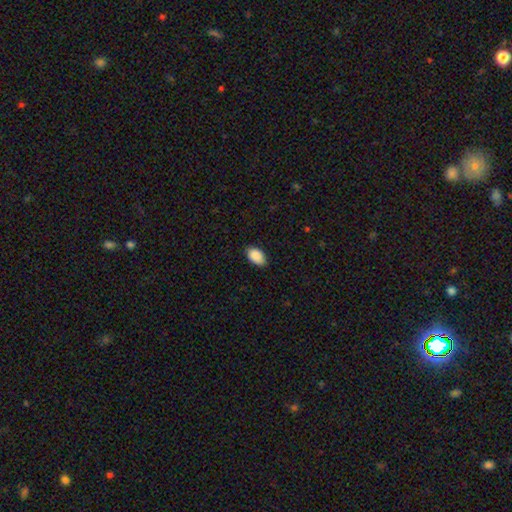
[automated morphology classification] type=smooth (91%); roundness=in between (92%); merging=none (84%).